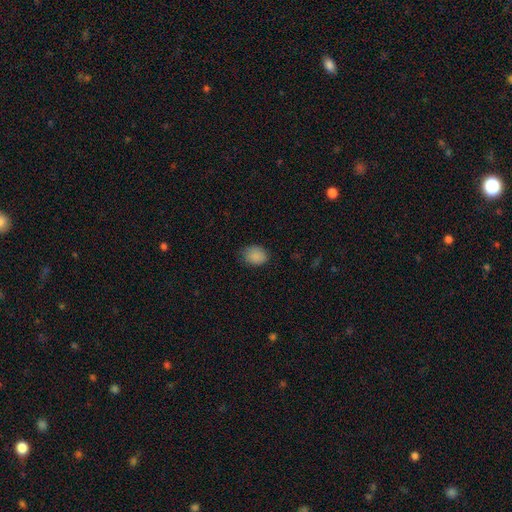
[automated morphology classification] Smooth or featured? Predicted: smooth (p=0.88). How rounded? Predicted: in between (p=0.59). Merging? Predicted: none (p=0.74).